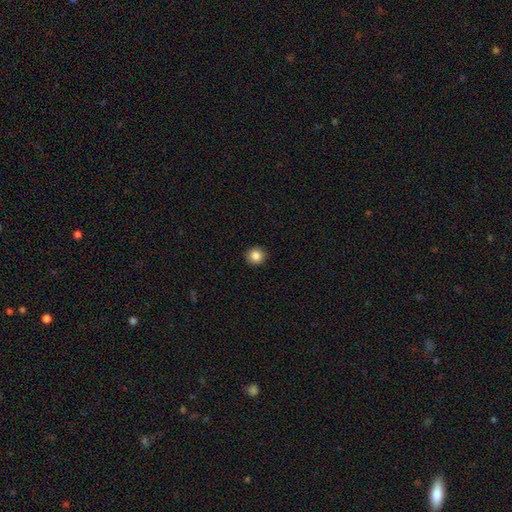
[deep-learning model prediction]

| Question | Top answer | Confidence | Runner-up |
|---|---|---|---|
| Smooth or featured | smooth | 86% | star or artifact (10%) |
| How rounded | round | 94% | in between (5%) |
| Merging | none | 93% | minor disturbance (5%) |